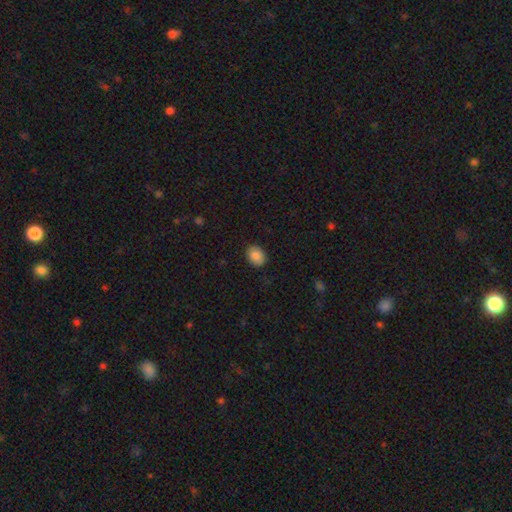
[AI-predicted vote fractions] The model was most divided on "how rounded": in between: 64%, round: 35%, cigar-shaped: 1%. More confident: merging — none (89%); smooth or featured — smooth (87%).